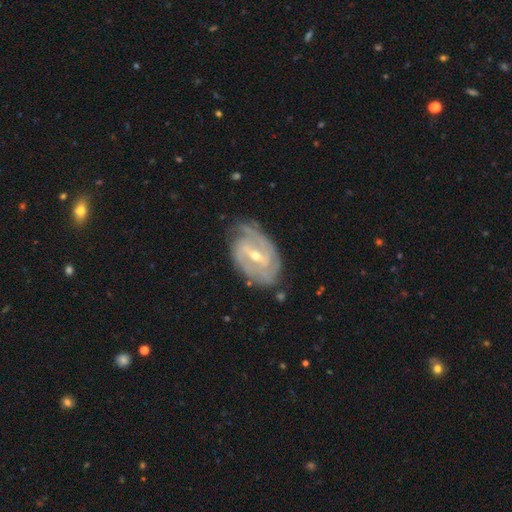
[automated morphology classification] The model was most divided on "bulge size": small: 50%, moderate: 47%, large: 1%, none: 1%, dominant: 1%. Remaining: spiral arms — yes (97%); edge-on disk — no (96%); smooth or featured — featured or disk (89%); merging — none (71%); spiral winding — tight (58%); spiral arm count — 2 (47%); bar — weak (45%).